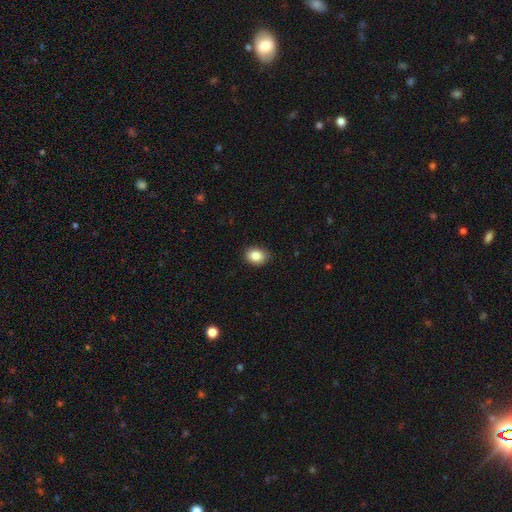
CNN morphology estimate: Smooth or featured: smooth — 86% (star or artifact — 9%)
How rounded: in between — 56% (round — 43%)
Merging: none — 87% (minor disturbance — 10%)